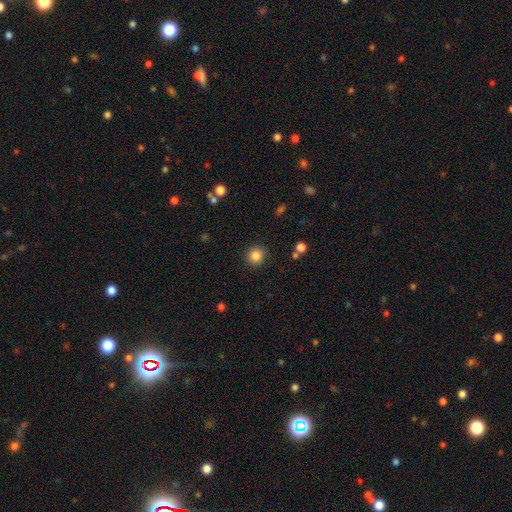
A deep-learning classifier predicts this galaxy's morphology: The model was most divided on "smooth or featured": smooth: 85%, star or artifact: 11%, featured or disk: 5%. More confident: how rounded — round (92%); merging — none (90%).